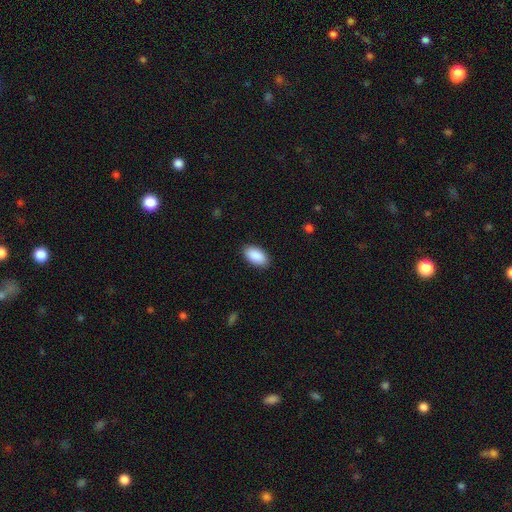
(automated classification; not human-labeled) This is clearly a smooth galaxy (91%). How rounded: clearly in between (96%). Merging: clearly none (89%).